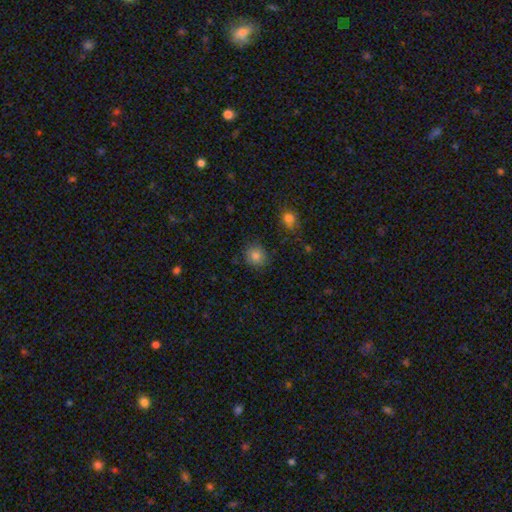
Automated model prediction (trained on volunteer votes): smooth-or-featured: smooth: 84% | star or artifact: 11% | featured or disk: 5%
  how-rounded: round: 88% | in between: 11% | cigar-shaped: 1%
  merging: none: 85% | minor disturbance: 10% | major disturbance: 3% | merger: 2%